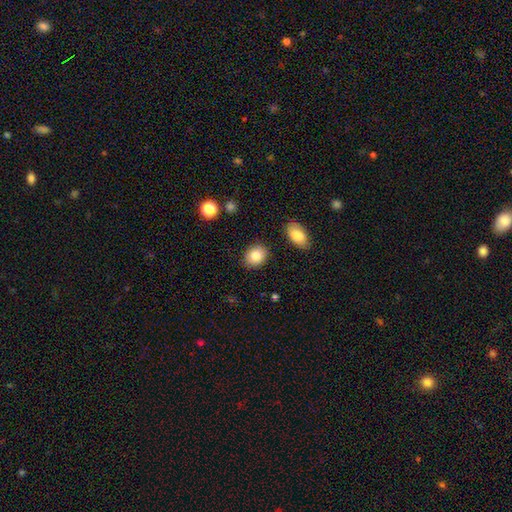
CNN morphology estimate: This appears to be a smooth galaxy with no disk features (83%) that is round (57%). Merging: none (87%).